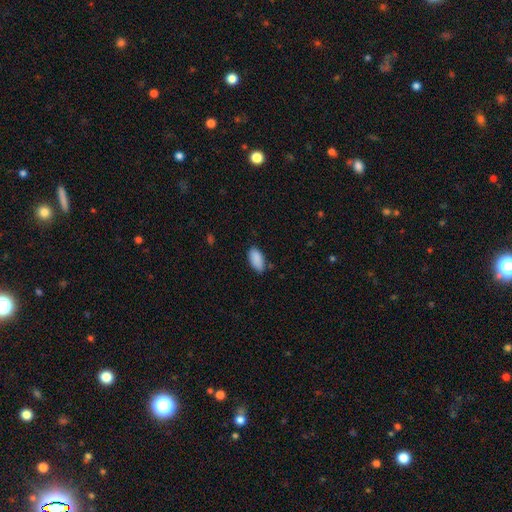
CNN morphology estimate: smooth 89%, star or artifact 7%, featured or disk 4%. Down the decision tree: how rounded — in between (92%); merging — none (77%).